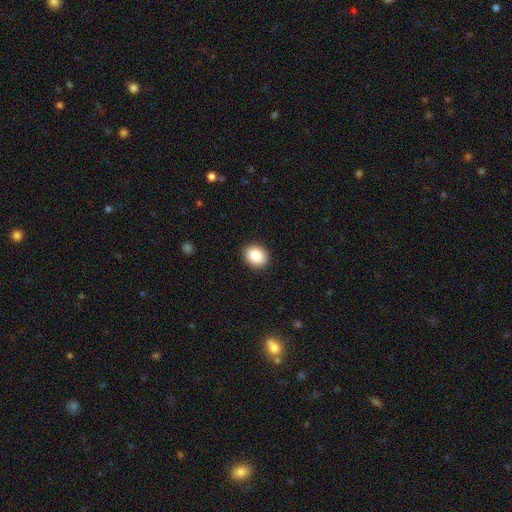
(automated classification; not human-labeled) smooth 89%, star or artifact 8%, featured or disk 4%. Down the decision tree: how rounded — round (51%); merging — none (91%).